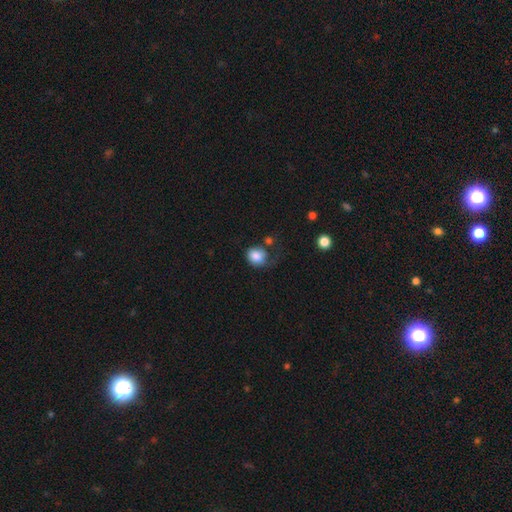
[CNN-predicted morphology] Smooth or featured?
  - smooth: 82% *
  - featured or disk: 10%
  - star or artifact: 8%
How rounded?
  - round: 73% *
  - in between: 27%
  - cigar-shaped: 1%
Merging?
  - none: 43% *
  - minor disturbance: 26%
  - major disturbance: 22%
  - merger: 9%